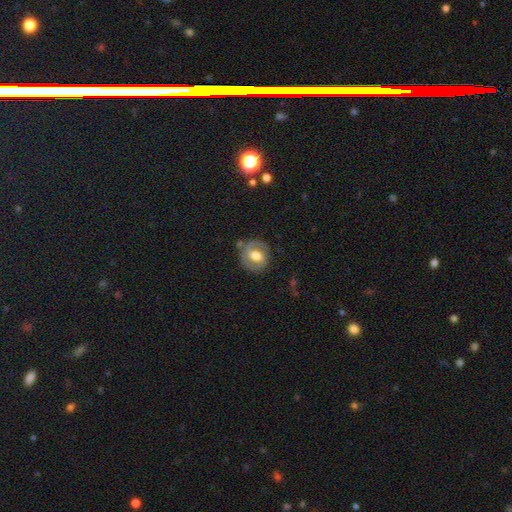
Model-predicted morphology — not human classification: The model was most divided on "spiral winding": tight: 44%, medium: 43%, loose: 13%. Remaining: edge-on disk — no (97%); spiral arm count — 2 (82%); spiral arms — yes (79%); merging — none (77%); smooth or featured — featured or disk (68%); bulge size — moderate (56%); bar — weak (45%).